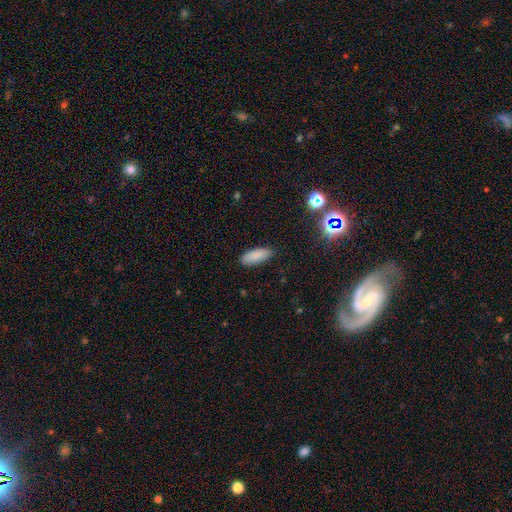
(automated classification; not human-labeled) A smooth galaxy with no disk features (88%) that is in between round and cigar-shaped (76%).

Vote fractions:
- Smooth or featured? smooth: 88% / star or artifact: 8% / featured or disk: 5%
- How rounded? in between: 76% / cigar-shaped: 22% / round: 2%
- Merging? none: 87% / minor disturbance: 10% / major disturbance: 2% / merger: 1%